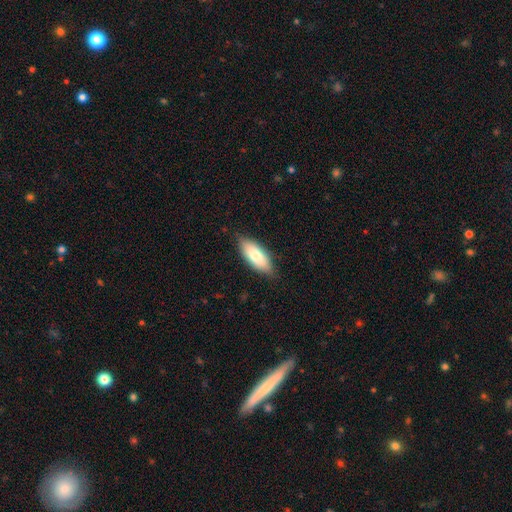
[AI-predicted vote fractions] A smooth galaxy with no disk features (78%) that is in between round and cigar-shaped (78%).

Vote fractions:
- Smooth or featured? smooth: 78% / featured or disk: 17% / star or artifact: 6%
- How rounded? in between: 78% / cigar-shaped: 20% / round: 2%
- Merging? none: 81% / minor disturbance: 15% / major disturbance: 3% / merger: 1%